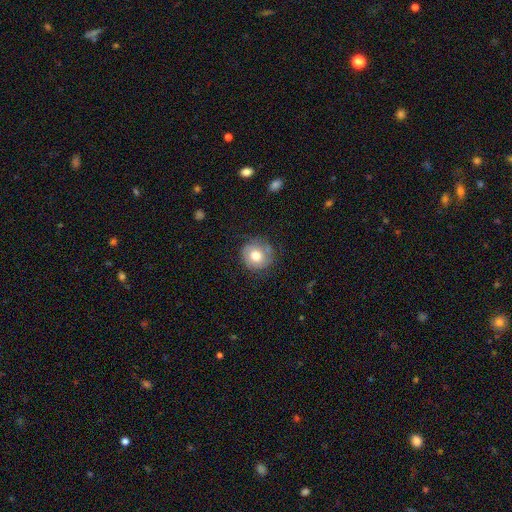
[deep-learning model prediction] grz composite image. It shows a smooth galaxy with no disk features (68%) that is round (88%). Merging: none (71%).